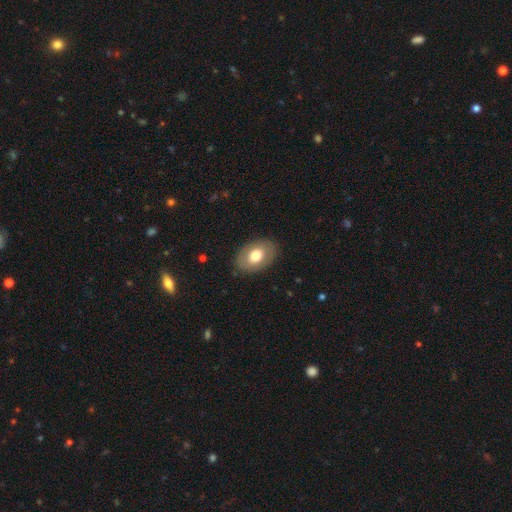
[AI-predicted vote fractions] Q: Smooth or featured?
A: smooth (71%); runner-up: featured or disk (23%)
Q: How rounded?
A: in between (84%); runner-up: round (15%)
Q: Merging?
A: none (86%); runner-up: minor disturbance (10%)